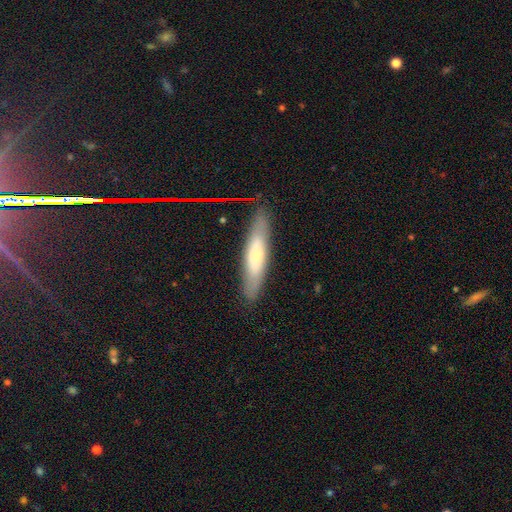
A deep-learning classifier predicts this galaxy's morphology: Q: Smooth or featured?
A: smooth (55%); runner-up: featured or disk (37%)
Q: How rounded?
A: cigar-shaped (80%); runner-up: in between (18%)
Q: Merging?
A: none (86%); runner-up: minor disturbance (10%)